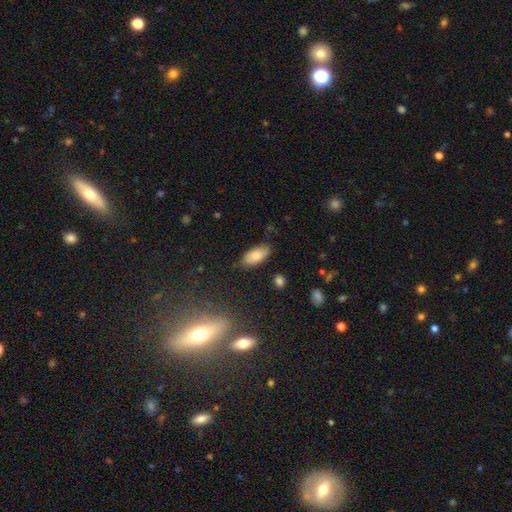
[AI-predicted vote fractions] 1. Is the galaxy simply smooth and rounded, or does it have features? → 81% smooth, 11% featured or disk, 8% star or artifact.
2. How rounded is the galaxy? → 92% in between, 6% cigar-shaped, 2% round.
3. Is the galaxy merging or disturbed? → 80% none, 15% minor disturbance, 3% major disturbance, 2% merger.